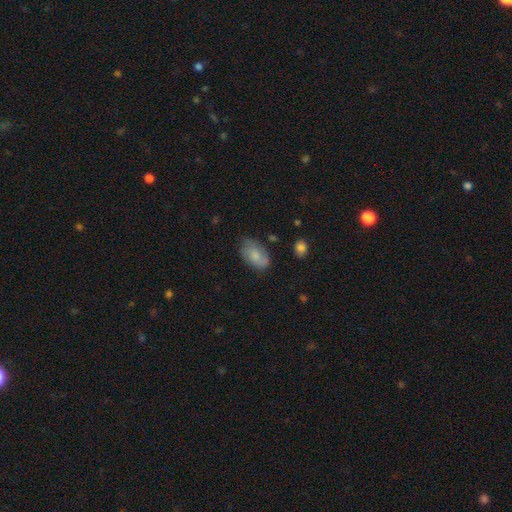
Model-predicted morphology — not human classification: This appears to be a smooth galaxy with no disk features (77%) that is in between round and cigar-shaped (93%). Merging: none (68%).